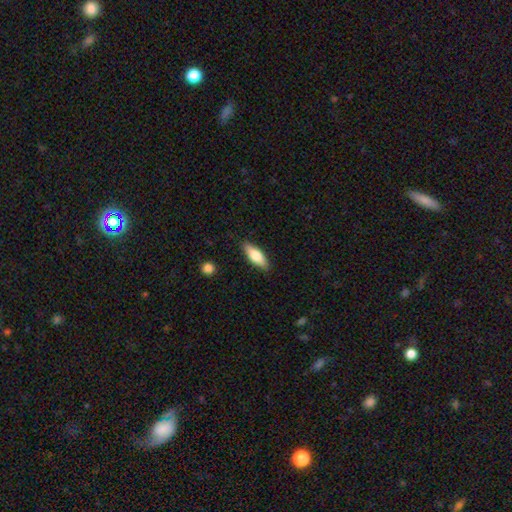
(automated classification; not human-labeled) This appears to be a smooth galaxy with no disk features (72%) that is in between round and cigar-shaped (64%). Merging: none (86%).